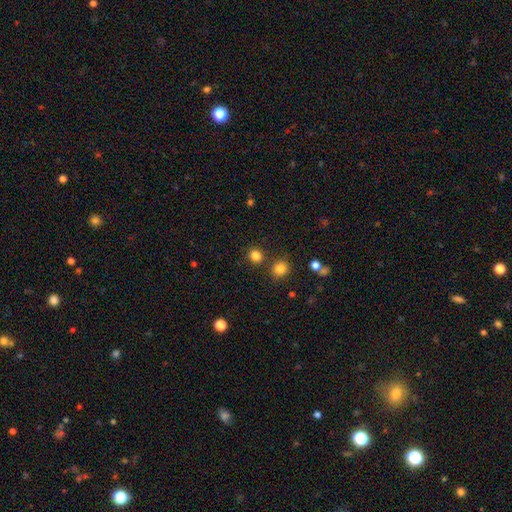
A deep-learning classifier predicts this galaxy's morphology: Overall: smooth (82%). How rounded: round (87%). Merging: none (82%).